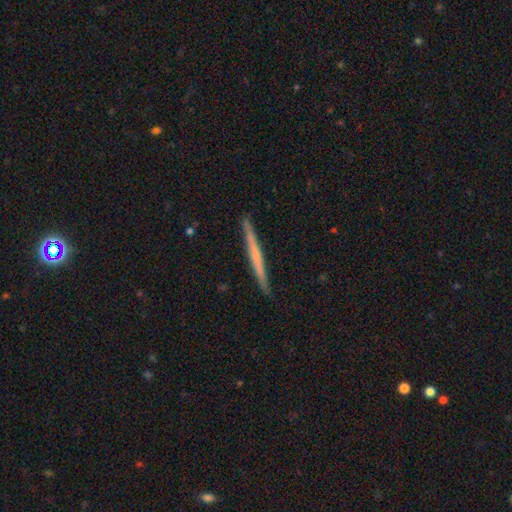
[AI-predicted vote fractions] This is possibly a featured or disk galaxy (51%). It is clearly viewed edge-on (98%). Edge-on bulge: likely none (80%). Merging: clearly none (91%).